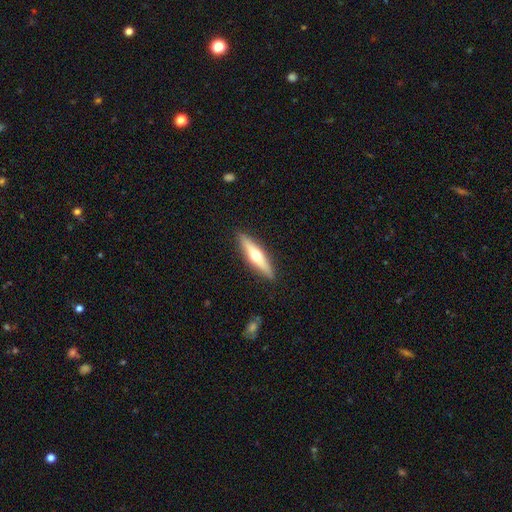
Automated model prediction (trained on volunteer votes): A featured or disk galaxy (54%) viewed edge-on (92%) with a rounded central bulge (93%).

Vote fractions:
- Smooth or featured? featured or disk: 54% / smooth: 41% / star or artifact: 5%
- Edge-on disk? yes: 92% / no: 8%
- Edge-on bulge? rounded: 93% / none: 5% / boxy: 2%
- Merging? none: 90% / minor disturbance: 7% / major disturbance: 2% / merger: 1%